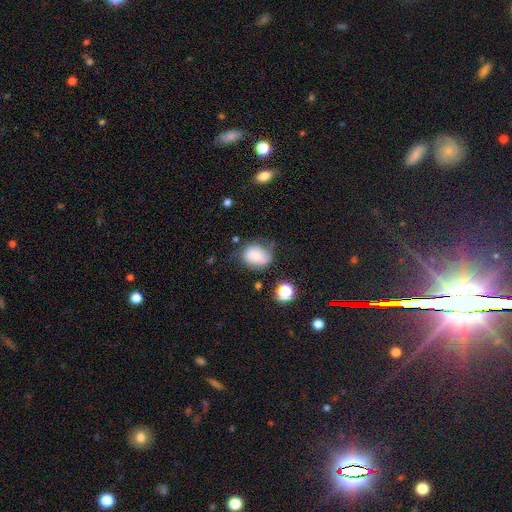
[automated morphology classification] This appears to be a smooth galaxy with no disk features (58%) that is in between round and cigar-shaped (50%). Merging: none (51%).